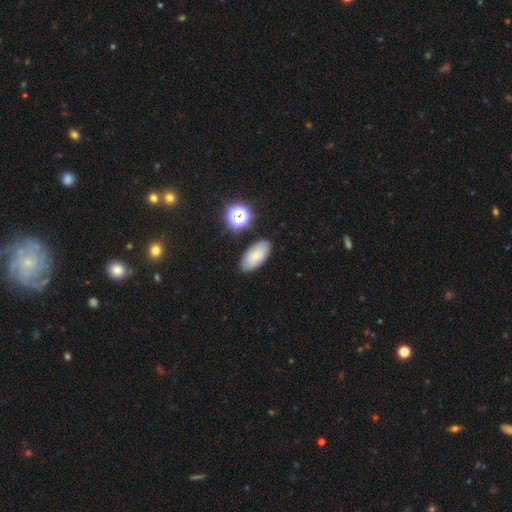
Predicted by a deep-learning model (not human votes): The model was most divided on "smooth or featured": smooth: 74%, featured or disk: 16%, star or artifact: 10%. More confident: how rounded — in between (92%); merging — none (83%).